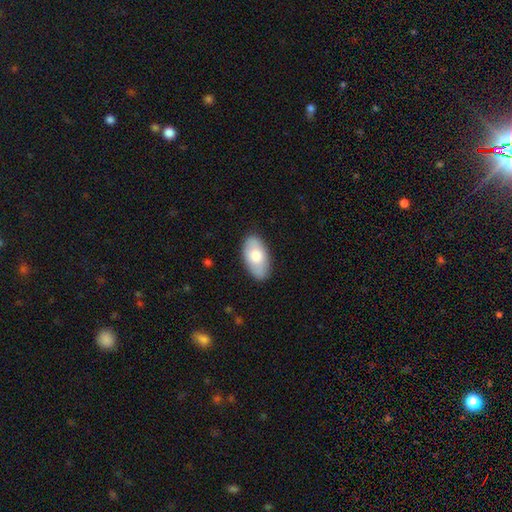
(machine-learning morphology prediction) smooth-or-featured: smooth: 74% | featured or disk: 20% | star or artifact: 6%
  how-rounded: in between: 94% | round: 3% | cigar-shaped: 3%
  merging: none: 84% | minor disturbance: 12% | major disturbance: 3% | merger: 1%